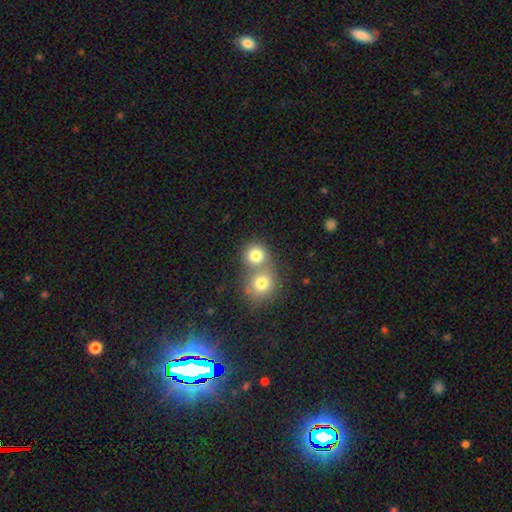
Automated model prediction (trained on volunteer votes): Overall: smooth (79%). How rounded: round (85%). Merging: merger (54%; none 38%).